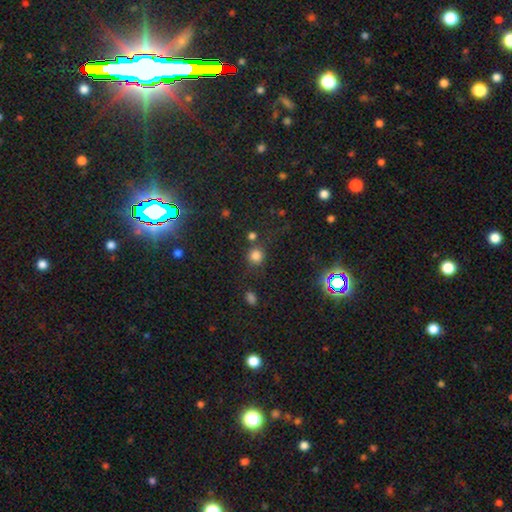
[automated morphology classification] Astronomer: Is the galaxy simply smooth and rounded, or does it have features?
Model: smooth — 78%.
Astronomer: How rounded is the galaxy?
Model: round — 90%.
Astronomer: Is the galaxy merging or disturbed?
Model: none — 72%.